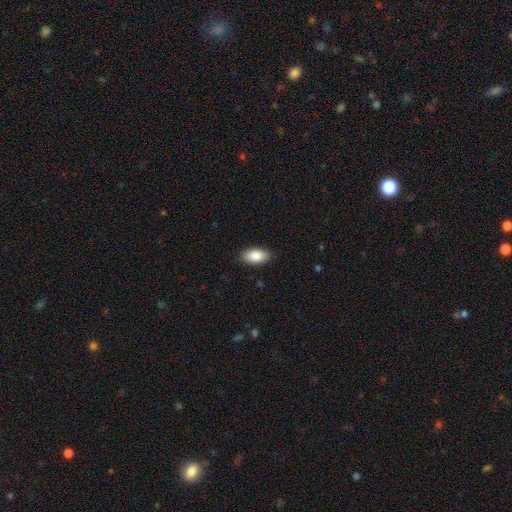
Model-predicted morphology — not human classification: A smooth galaxy with no disk features (87%) that is in between round and cigar-shaped (93%).

Vote fractions:
- Smooth or featured? smooth: 87% / star or artifact: 7% / featured or disk: 6%
- How rounded? in between: 93% / round: 4% / cigar-shaped: 3%
- Merging? none: 87% / minor disturbance: 10% / major disturbance: 2% / merger: 1%